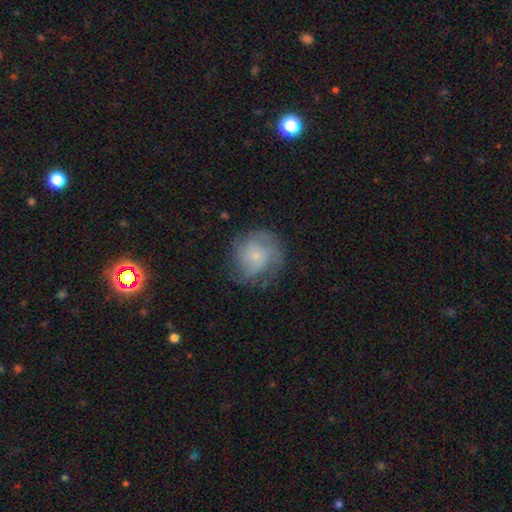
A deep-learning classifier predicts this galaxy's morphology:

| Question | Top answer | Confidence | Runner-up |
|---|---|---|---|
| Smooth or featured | featured or disk | 56% | smooth (35%) |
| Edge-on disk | no | 97% | yes (3%) |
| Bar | no | 78% | weak (19%) |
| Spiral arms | yes | 86% | no (14%) |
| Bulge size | small | 67% | moderate (20%) |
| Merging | none | 70% | minor disturbance (19%) |